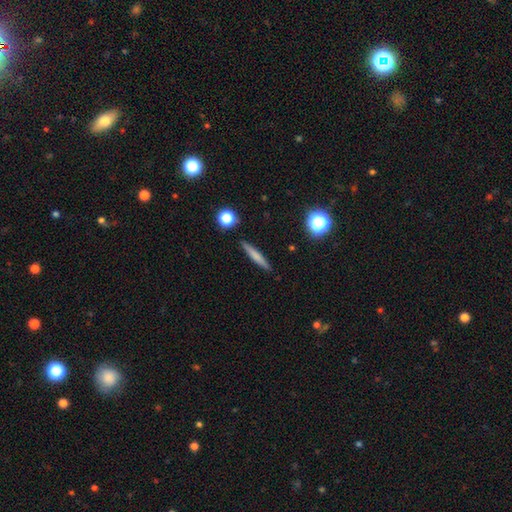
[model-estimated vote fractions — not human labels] This appears to be a smooth galaxy with no disk features (68%) that is cigar-shaped (92%). Merging: none (90%).